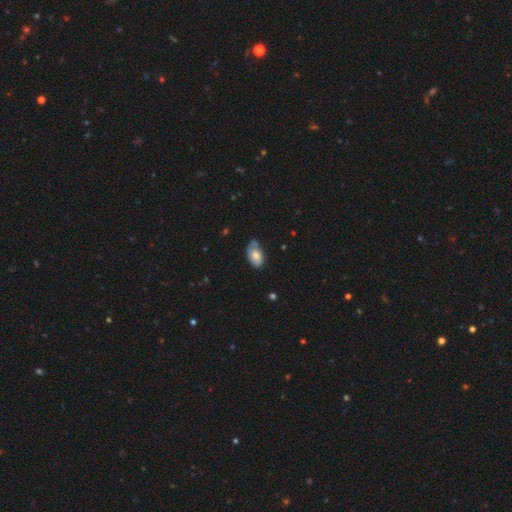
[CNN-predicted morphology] A smooth galaxy with no disk features (76%) that is in between round and cigar-shaped (93%). Merging: none (53%).